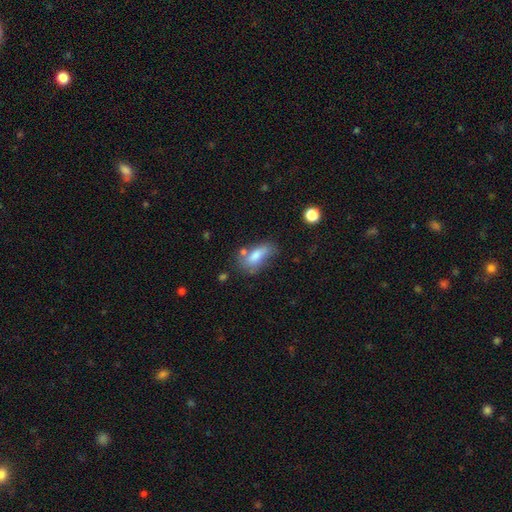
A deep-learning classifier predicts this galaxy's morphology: A smooth galaxy with no disk features (72%) that is in between round and cigar-shaped (80%).

Vote fractions:
- Smooth or featured? smooth: 72% / featured or disk: 18% / star or artifact: 10%
- How rounded? in between: 80% / cigar-shaped: 15% / round: 4%
- Merging? none: 48% / minor disturbance: 28% / major disturbance: 13% / merger: 11%